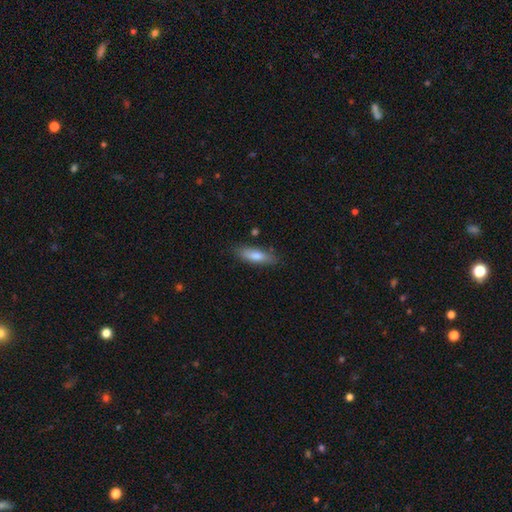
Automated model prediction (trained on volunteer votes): Q: Smooth or featured?
A: smooth (74%); runner-up: featured or disk (20%)
Q: How rounded?
A: cigar-shaped (57%); runner-up: in between (41%)
Q: Merging?
A: none (83%); runner-up: minor disturbance (13%)